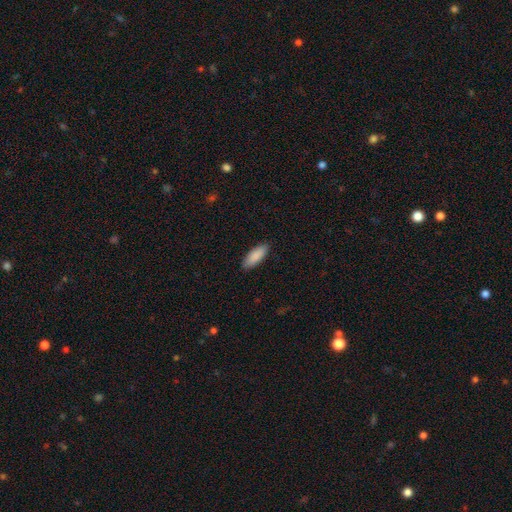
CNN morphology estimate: This is clearly a smooth galaxy (90%). How rounded: likely in between (72%). Merging: clearly none (89%).